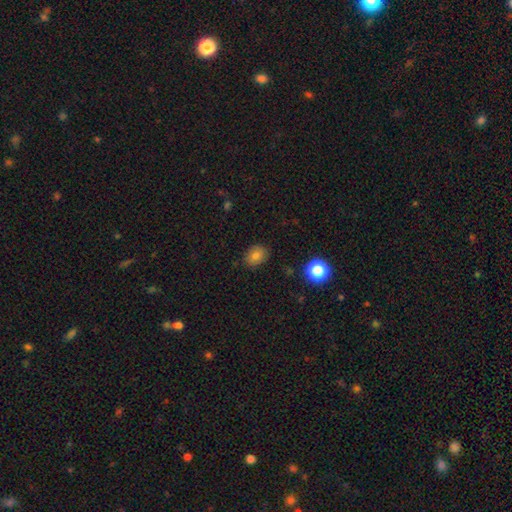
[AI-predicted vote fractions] The model was most divided on "how rounded": in between: 60%, round: 39%, cigar-shaped: 1%. More confident: merging — none (84%); smooth or featured — smooth (80%).